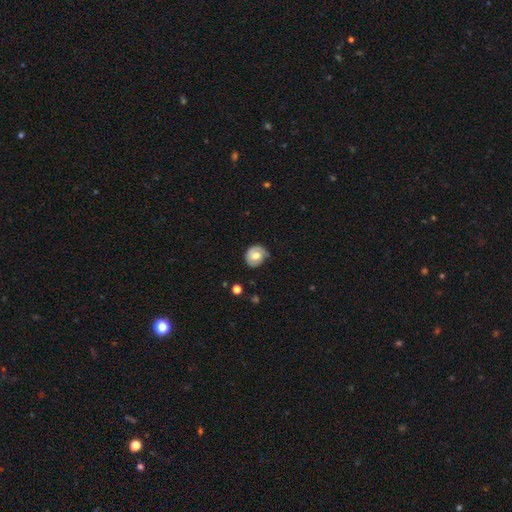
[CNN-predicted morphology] Smooth or featured: smooth — 55% (featured or disk — 38%)
How rounded: round — 75% (in between — 24%)
Merging: none — 69% (minor disturbance — 23%)